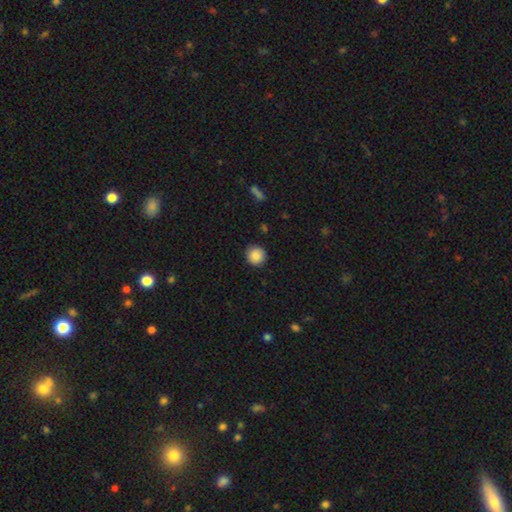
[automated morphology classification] smooth-or-featured: smooth: 86% | star or artifact: 9% | featured or disk: 5%
  how-rounded: round: 94% | in between: 5% | cigar-shaped: 1%
  merging: none: 91% | minor disturbance: 7% | major disturbance: 2% | merger: 1%